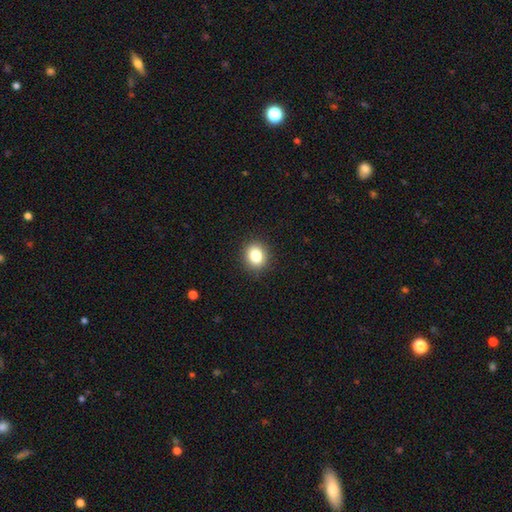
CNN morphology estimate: smooth_or_featured: smooth (p=0.83) [alt: star or artifact p=0.11]
how_rounded: round (p=0.70) [alt: in between p=0.29]
merging: none (p=0.90) [alt: minor disturbance p=0.07]